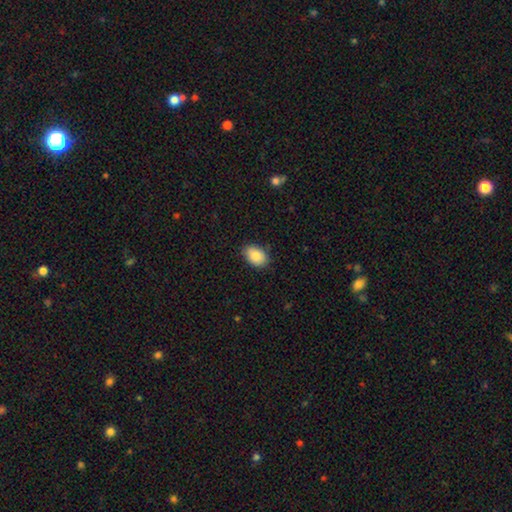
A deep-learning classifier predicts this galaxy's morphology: Smooth or featured?
  - smooth: 88% *
  - star or artifact: 7%
  - featured or disk: 5%
How rounded?
  - in between: 86% *
  - round: 13%
  - cigar-shaped: 1%
Merging?
  - none: 85% *
  - minor disturbance: 12%
  - major disturbance: 2%
  - merger: 1%